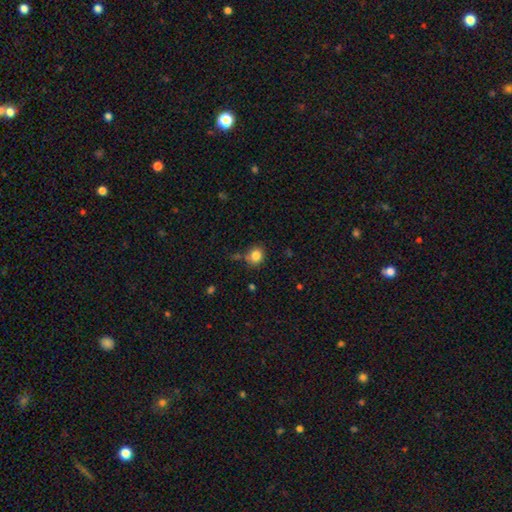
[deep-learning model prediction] smooth-or-featured: smooth: 84% | star or artifact: 11% | featured or disk: 5%
  how-rounded: round: 78% | in between: 21% | cigar-shaped: 1%
  merging: none: 76% | minor disturbance: 14% | merger: 7% | major disturbance: 4%